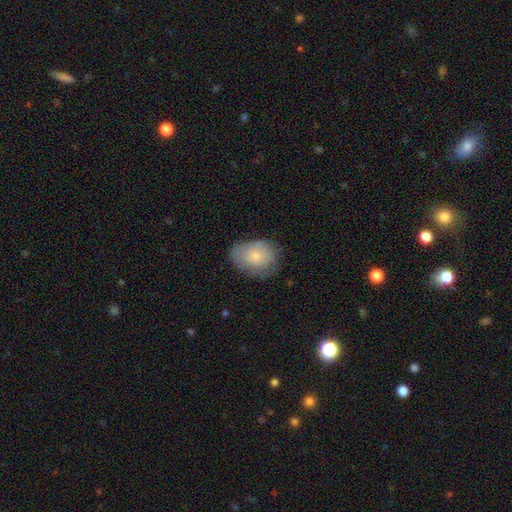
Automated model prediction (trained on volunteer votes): smooth_or_featured: smooth (p=0.71) [alt: featured or disk p=0.22]
how_rounded: in between (p=0.69) [alt: round p=0.30]
merging: none (p=0.61) [alt: minor disturbance p=0.29]